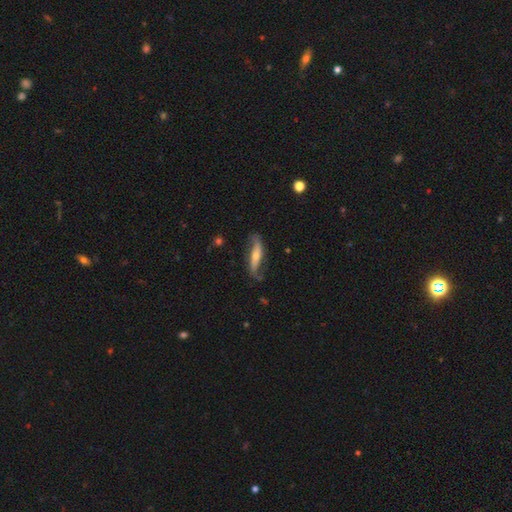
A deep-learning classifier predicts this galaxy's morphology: Q: Smooth or featured?
A: featured or disk (72%); runner-up: smooth (22%)
Q: Edge-on disk?
A: no (67%); runner-up: yes (33%)
Q: Merging?
A: none (67%); runner-up: minor disturbance (21%)